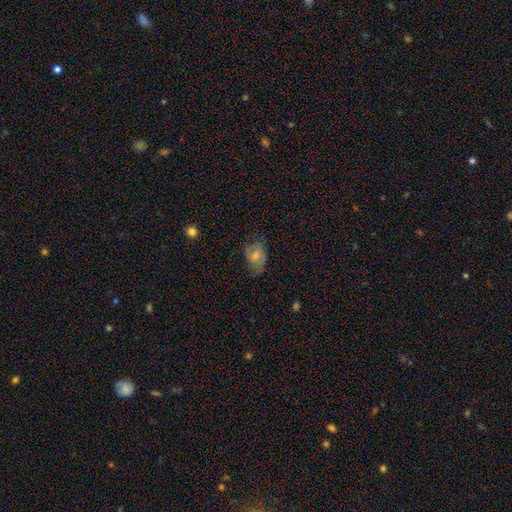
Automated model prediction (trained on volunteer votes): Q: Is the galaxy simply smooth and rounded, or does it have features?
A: featured or disk — 44%.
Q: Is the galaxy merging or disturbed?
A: none — 64%.